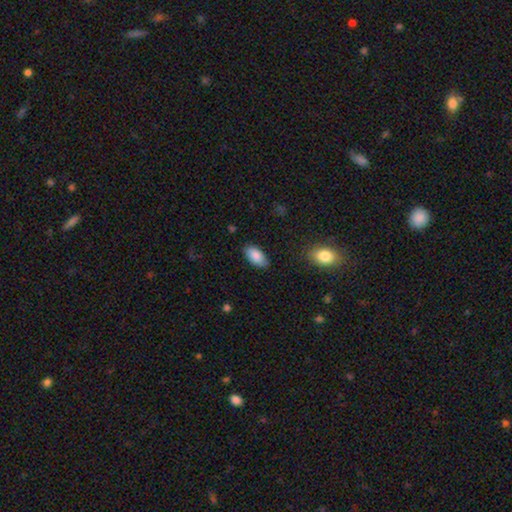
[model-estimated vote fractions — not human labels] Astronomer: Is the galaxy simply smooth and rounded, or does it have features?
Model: smooth — 87%.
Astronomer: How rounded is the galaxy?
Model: in between — 94%.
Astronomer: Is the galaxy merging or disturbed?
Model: none — 85%.